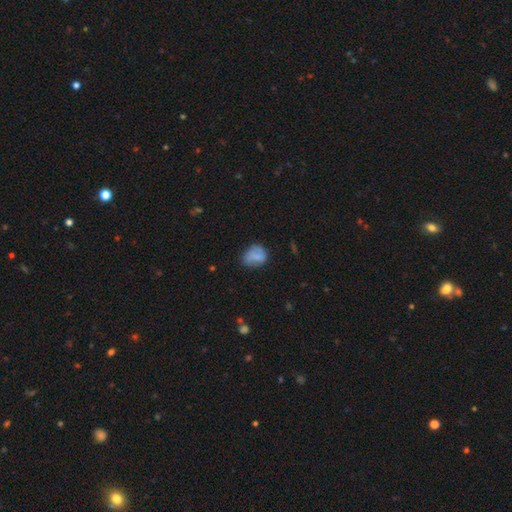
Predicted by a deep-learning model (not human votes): A smooth galaxy with no disk features (73%) that is round (50%). Merging: none (59%).